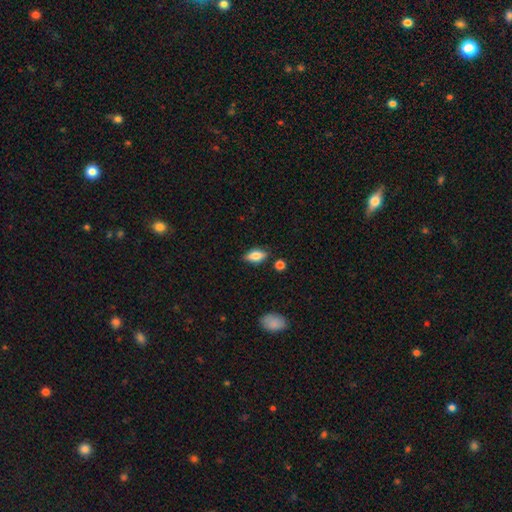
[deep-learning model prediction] Smooth or featured: smooth — 69% (featured or disk — 23%)
How rounded: in between — 80% (cigar-shaped — 16%)
Merging: none — 81% (minor disturbance — 13%)